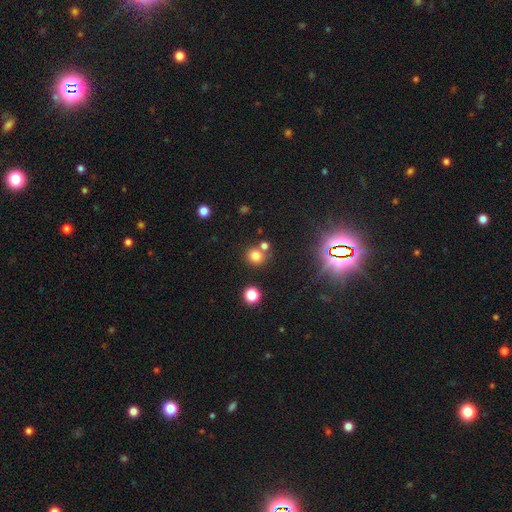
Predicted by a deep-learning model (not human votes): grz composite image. It shows a smooth galaxy with no disk features (74%) that is round (87%). Merging: none (68%).